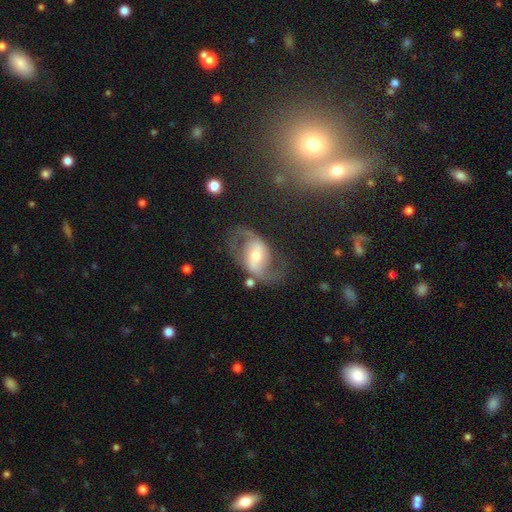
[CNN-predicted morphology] This appears to be a featured or disk galaxy (82%) with a weak bar (41%), 2 (90%) loose (47%) spiral arms (92%) and a moderate central bulge (53%). Merging: none (66%).